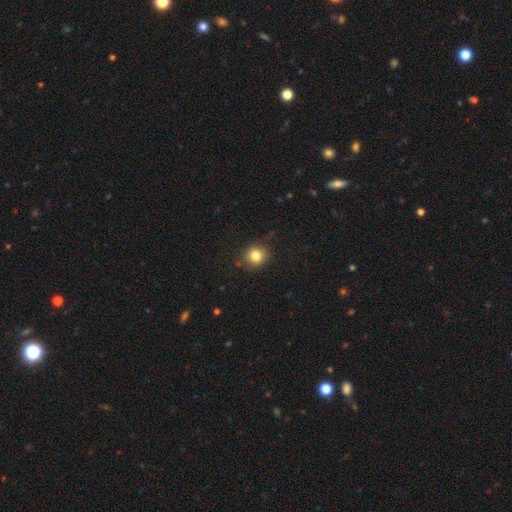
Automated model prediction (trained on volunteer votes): This appears to be a smooth galaxy with no disk features (81%) that is round (85%). Merging: none (84%).